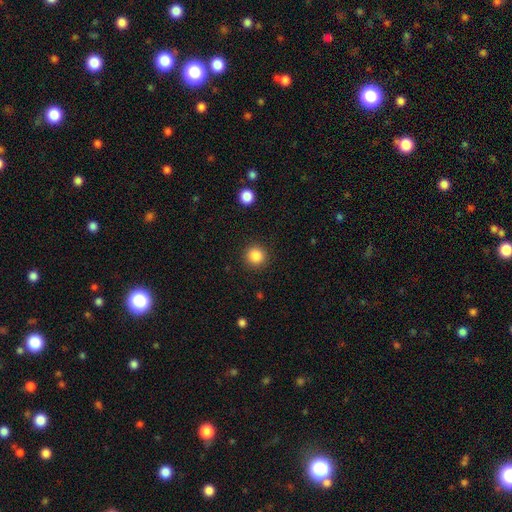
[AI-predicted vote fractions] Smooth or featured?
  - smooth: 85% *
  - star or artifact: 11%
  - featured or disk: 4%
How rounded?
  - round: 94% *
  - in between: 5%
  - cigar-shaped: 1%
Merging?
  - none: 91% *
  - minor disturbance: 6%
  - major disturbance: 2%
  - merger: 1%